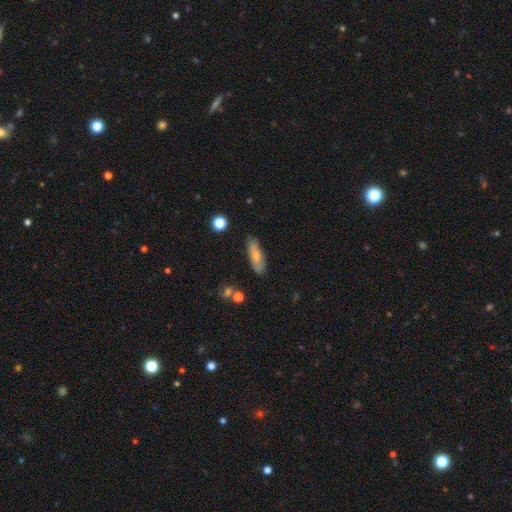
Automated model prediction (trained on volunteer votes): Morphology: type=smooth (71%); roundness=in between (56%); merging=none (76%).